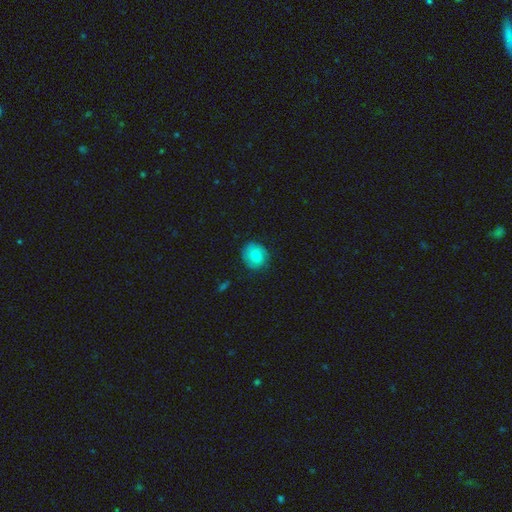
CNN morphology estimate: type=smooth (78%); roundness=round (77%); merging=none (79%).